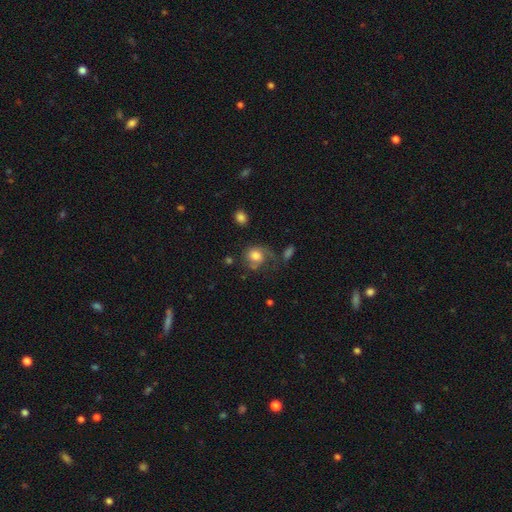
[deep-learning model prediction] Overall: smooth (63%; featured or disk 28%). How rounded: round (70%). Merging: none (40%; major disturbance 32%).